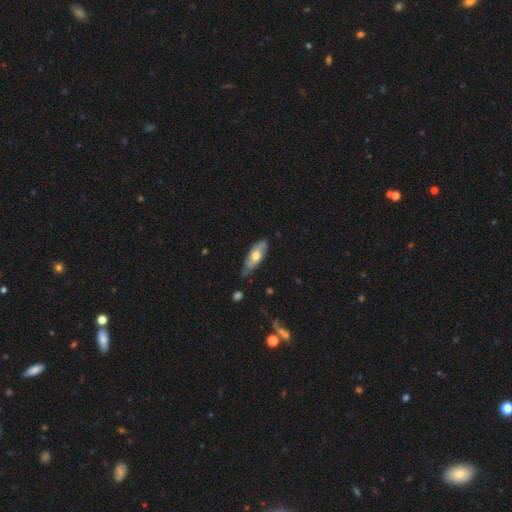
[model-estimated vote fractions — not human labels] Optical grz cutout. It shows a smooth galaxy with no disk features (53%) that is in between round and cigar-shaped (70%). Merging: none (62%).